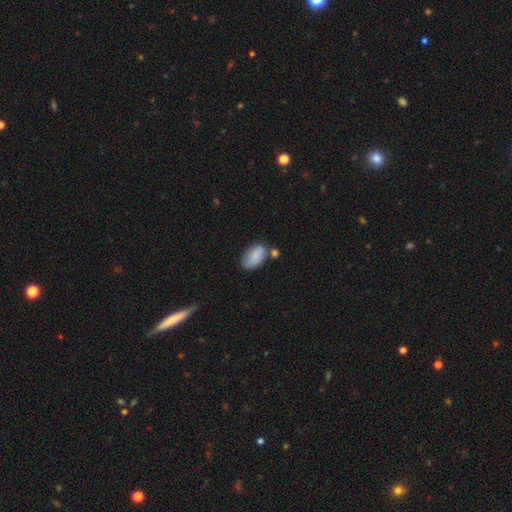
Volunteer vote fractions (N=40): This appears to be a smooth galaxy with no disk features (68%) that is in between round and cigar-shaped (93%). Merging: none (47%).